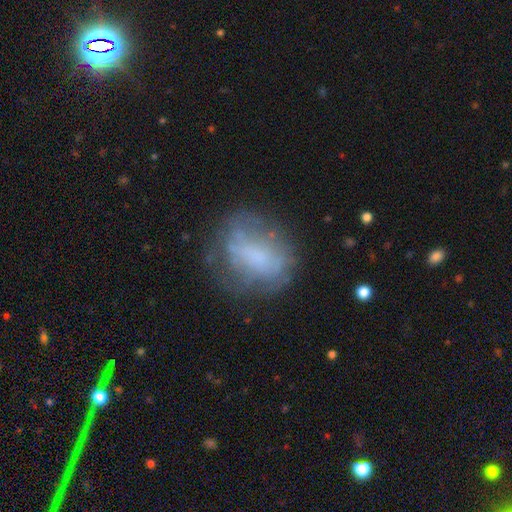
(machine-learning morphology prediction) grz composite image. It shows a smooth galaxy with no disk features (50%). Merging: none (56%).